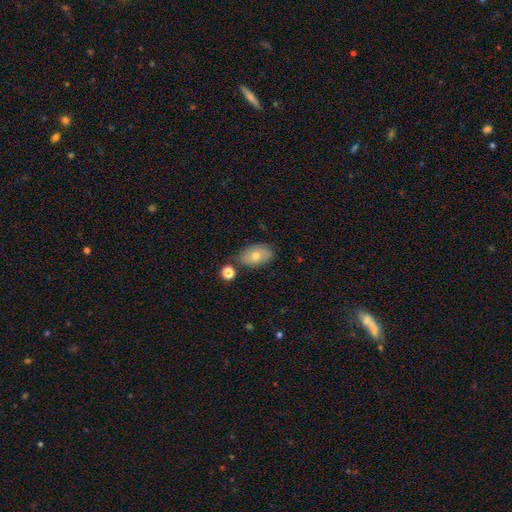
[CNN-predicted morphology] Smooth or featured? Predicted: smooth (p=0.69). How rounded? Predicted: in between (p=0.88). Merging? Predicted: none (p=0.72).